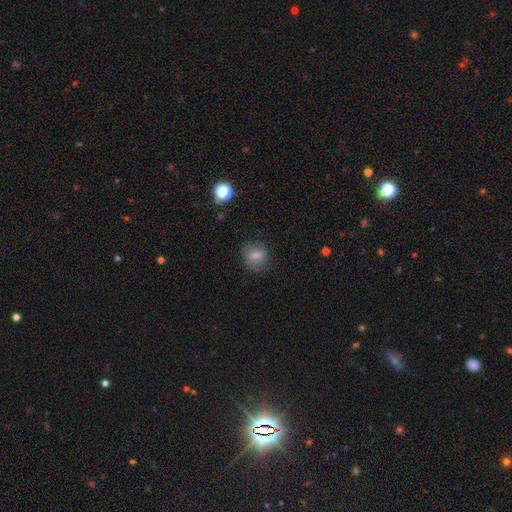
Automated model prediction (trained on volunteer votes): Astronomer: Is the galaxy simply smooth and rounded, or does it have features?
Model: smooth — 67%.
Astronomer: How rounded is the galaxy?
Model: round — 63%.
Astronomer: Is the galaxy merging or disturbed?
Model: none — 76%.